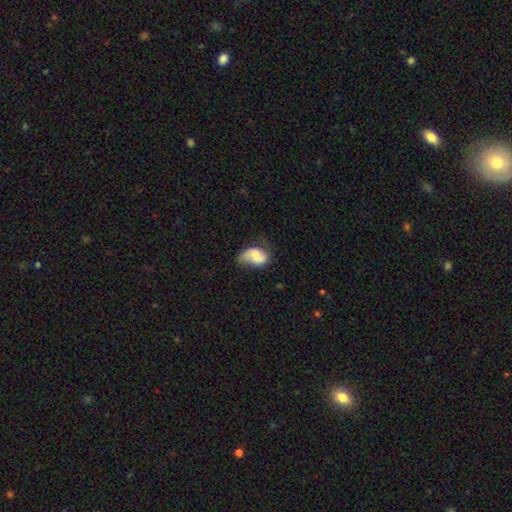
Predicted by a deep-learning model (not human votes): smooth 57%, featured or disk 36%, star or artifact 8%. Down the decision tree: how rounded — in between (85%); merging — none (40%).